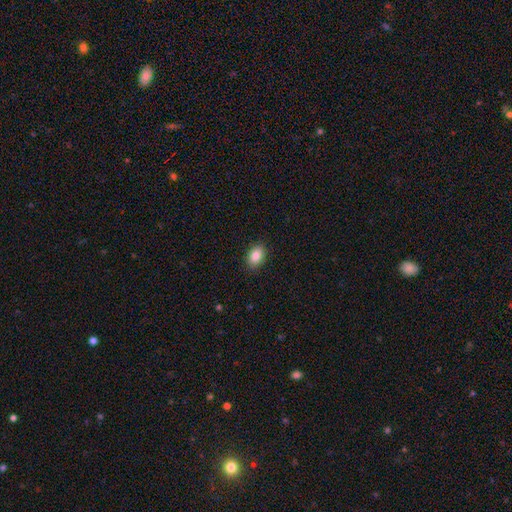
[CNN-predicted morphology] This is clearly a smooth galaxy (88%). How rounded: clearly in between (87%). Merging: clearly none (89%).